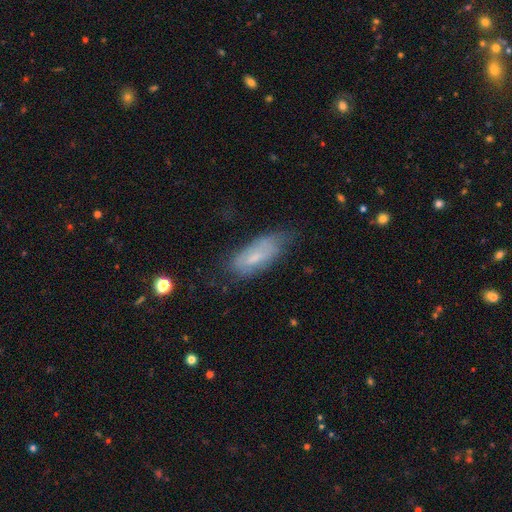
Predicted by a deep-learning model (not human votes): A smooth galaxy with no disk features (60%) that is in between round and cigar-shaped (75%).

Vote fractions:
- Smooth or featured? smooth: 60% / featured or disk: 32% / star or artifact: 8%
- How rounded? in between: 75% / cigar-shaped: 23% / round: 2%
- Merging? none: 57% / minor disturbance: 30% / major disturbance: 11% / merger: 2%